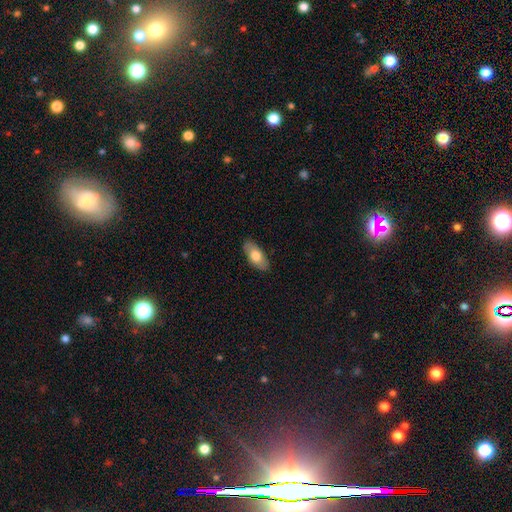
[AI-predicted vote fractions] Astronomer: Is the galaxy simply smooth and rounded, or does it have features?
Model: smooth — 72%.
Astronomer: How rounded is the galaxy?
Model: in between — 88%.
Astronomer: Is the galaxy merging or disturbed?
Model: none — 87%.